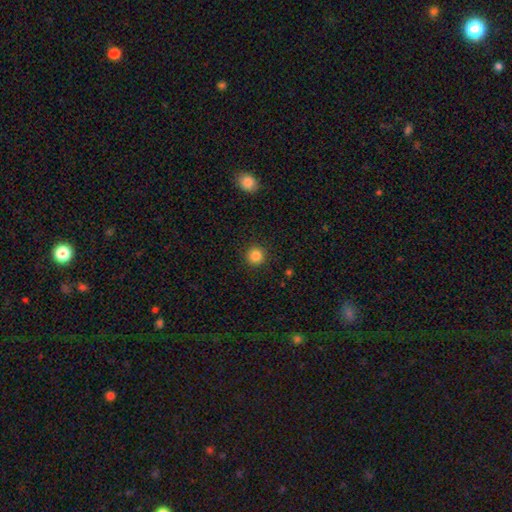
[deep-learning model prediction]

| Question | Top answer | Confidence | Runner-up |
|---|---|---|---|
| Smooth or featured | smooth | 85% | star or artifact (11%) |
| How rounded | round | 95% | in between (4%) |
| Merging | none | 91% | minor disturbance (6%) |